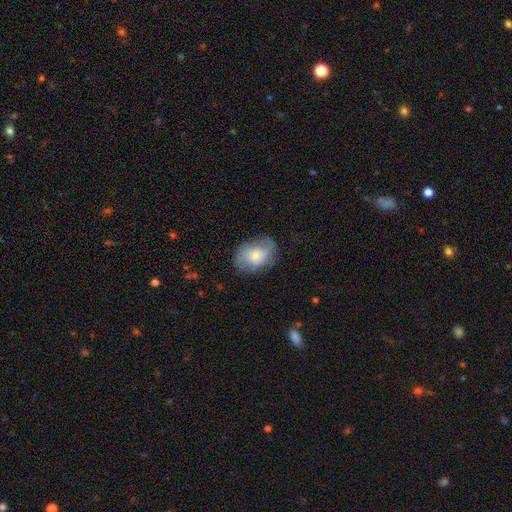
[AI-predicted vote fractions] Smooth or featured?
  - smooth: 55% *
  - featured or disk: 37%
  - star or artifact: 8%
How rounded?
  - in between: 71% *
  - round: 28%
  - cigar-shaped: 1%
Merging?
  - none: 56% *
  - minor disturbance: 29%
  - major disturbance: 14%
  - merger: 2%